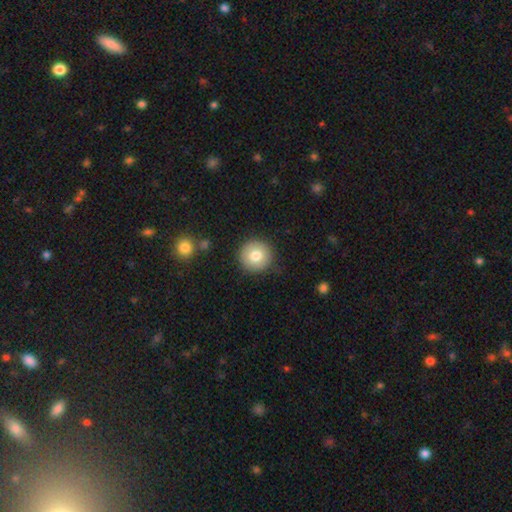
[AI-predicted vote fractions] This appears to be a smooth galaxy with no disk features (79%) that is round (95%). Merging: none (88%).